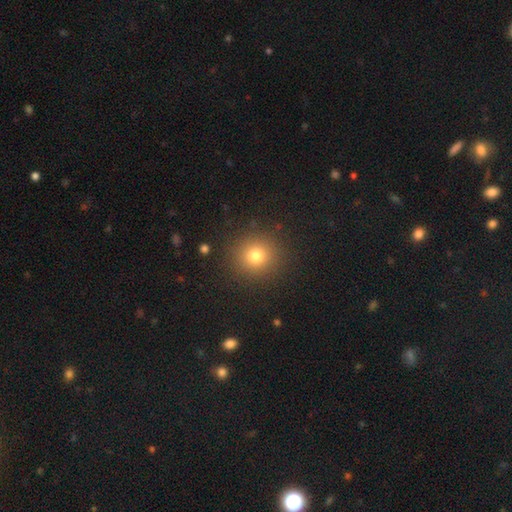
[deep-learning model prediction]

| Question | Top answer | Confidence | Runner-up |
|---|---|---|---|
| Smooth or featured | smooth | 77% | star or artifact (15%) |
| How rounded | round | 92% | in between (7%) |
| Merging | none | 90% | minor disturbance (6%) |